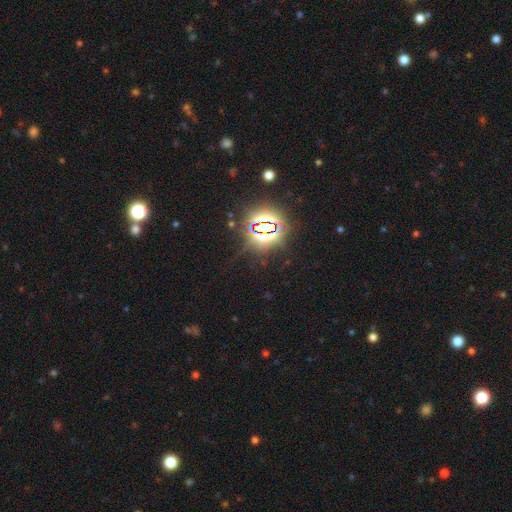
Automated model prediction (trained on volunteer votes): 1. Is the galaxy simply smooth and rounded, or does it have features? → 84% star or artifact, 10% smooth, 6% featured or disk.